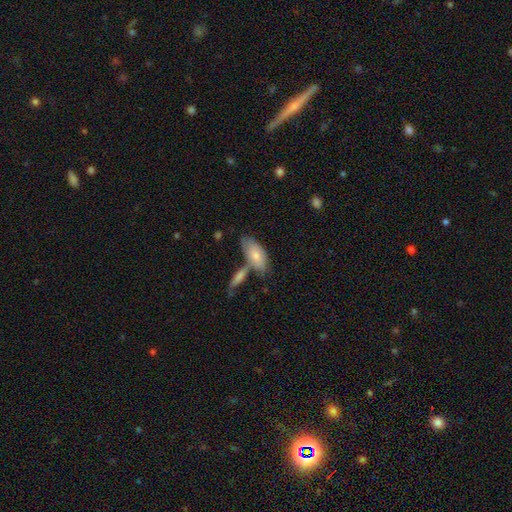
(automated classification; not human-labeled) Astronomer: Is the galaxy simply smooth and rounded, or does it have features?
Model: smooth — 73%.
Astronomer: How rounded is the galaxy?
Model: in between — 86%.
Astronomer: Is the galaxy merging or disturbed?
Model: none — 45% (runner-up: merger, 34%).